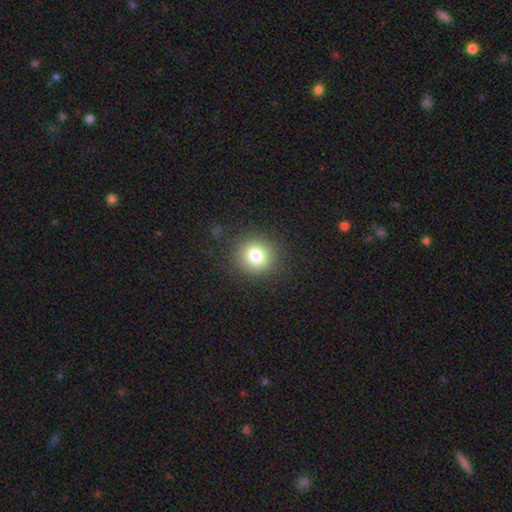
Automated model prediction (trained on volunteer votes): smooth_or_featured: smooth (p=0.81) [alt: star or artifact p=0.12]
how_rounded: round (p=0.88) [alt: in between p=0.11]
merging: none (p=0.89) [alt: minor disturbance p=0.07]